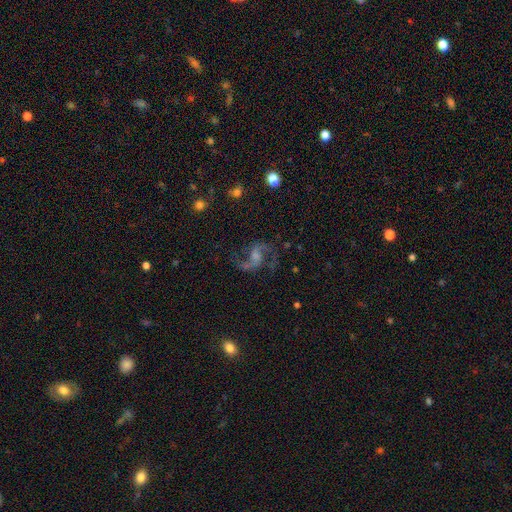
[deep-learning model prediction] A featured or disk galaxy (86%) with a weak bar (48%), 2 (93%) loose (53%) spiral arms (97%) and a small central bulge (42%).

Vote fractions:
- Smooth or featured? featured or disk: 86% / star or artifact: 8% / smooth: 6%
- Edge-on disk? no: 98% / yes: 2%
- Bar? weak: 48% / no: 36% / strong: 17%
- Spiral arms? yes: 97% / no: 3%
- Spiral winding? loose: 53% / medium: 41% / tight: 6%
- Spiral arm count? 2: 93% / can't tell: 2% / 1: 2% / 3: 1% / 4: 1% / more than 4: 1%
- Bulge size? small: 42% / moderate: 34% / none: 17% / large: 6% / dominant: 2%
- Merging? none: 73% / minor disturbance: 14% / major disturbance: 11% / merger: 2%